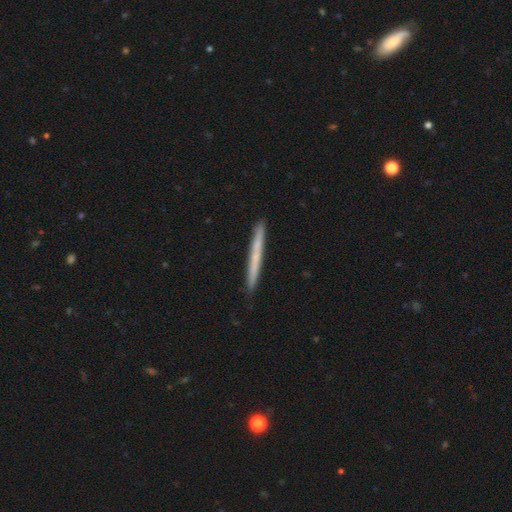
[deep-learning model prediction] smooth 55%, featured or disk 39%, star or artifact 6%. Down the decision tree: how rounded — cigar-shaped (97%); merging — none (92%).